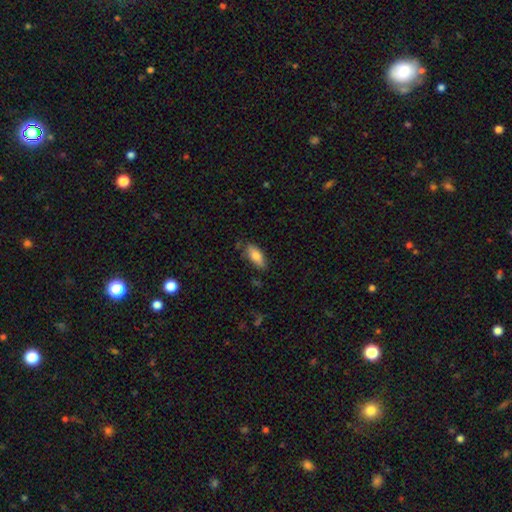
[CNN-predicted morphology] Smooth or featured? Predicted: smooth (p=0.80). How rounded? Predicted: in between (p=0.81). Merging? Predicted: none (p=0.74).